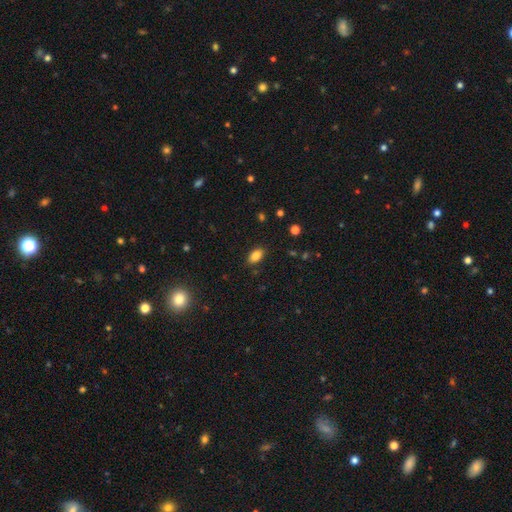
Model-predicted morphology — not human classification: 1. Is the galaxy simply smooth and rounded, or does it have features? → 86% smooth, 9% star or artifact, 5% featured or disk.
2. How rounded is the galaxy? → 90% in between, 7% round, 2% cigar-shaped.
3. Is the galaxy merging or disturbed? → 87% none, 10% minor disturbance, 3% major disturbance, 1% merger.